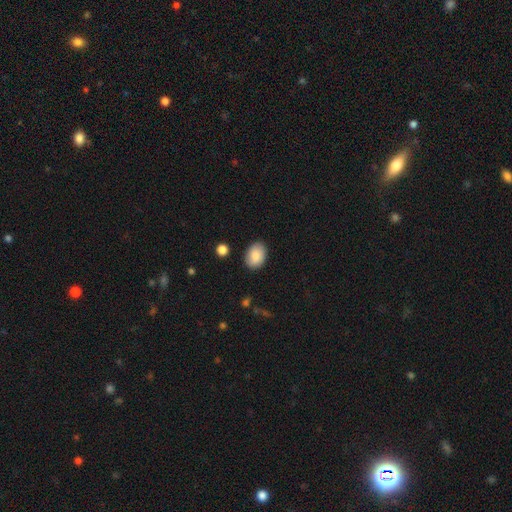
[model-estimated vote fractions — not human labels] Smooth or featured: smooth — 86% (featured or disk — 7%)
How rounded: in between — 79% (round — 20%)
Merging: none — 86% (minor disturbance — 10%)